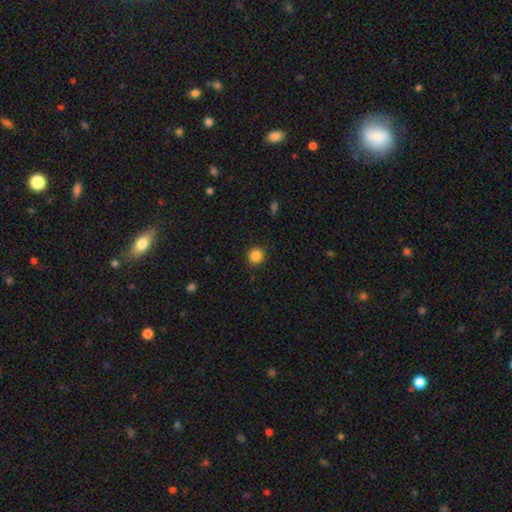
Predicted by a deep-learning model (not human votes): Smooth or featured? Predicted: smooth (p=0.86). How rounded? Predicted: round (p=0.93). Merging? Predicted: none (p=0.90).